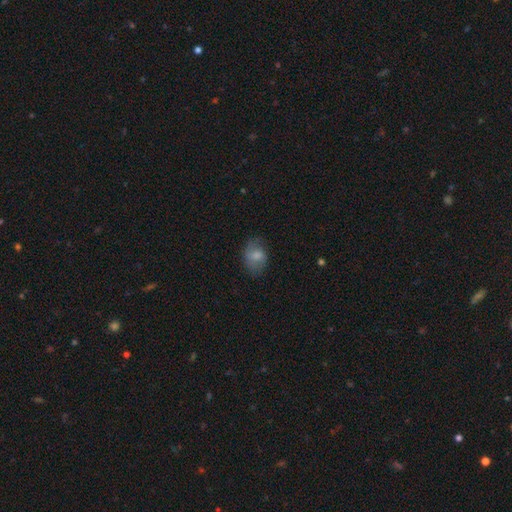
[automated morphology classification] The model was most divided on "how rounded": in between: 68%, round: 30%, cigar-shaped: 1%. More confident: smooth or featured — smooth (72%); merging — none (64%).